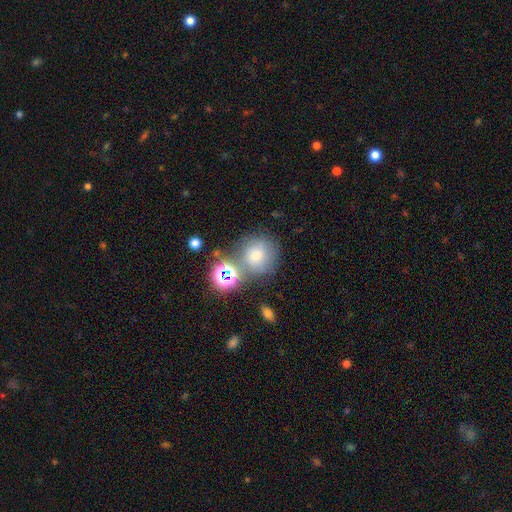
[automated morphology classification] Smooth or featured? smooth (58%)
How rounded? round (88%)
Merging? none (62%)